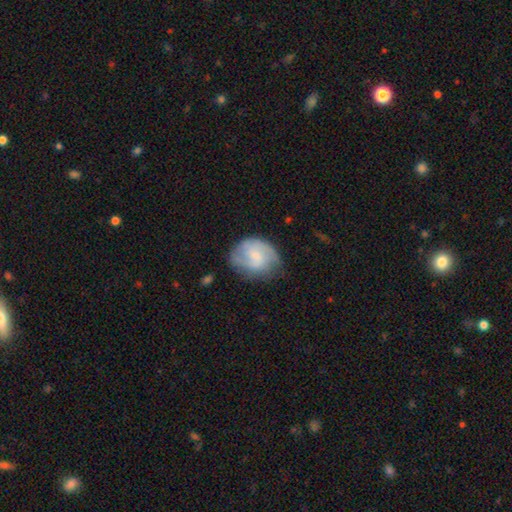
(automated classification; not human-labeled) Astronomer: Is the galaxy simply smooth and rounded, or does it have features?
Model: featured or disk — 57% (runner-up: smooth, 37%).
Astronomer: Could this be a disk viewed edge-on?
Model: no — 98%.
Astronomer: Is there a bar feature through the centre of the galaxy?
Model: no — 47% (runner-up: weak, 45%).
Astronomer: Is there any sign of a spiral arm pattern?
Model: yes — 86%.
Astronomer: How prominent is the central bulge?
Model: small — 52%.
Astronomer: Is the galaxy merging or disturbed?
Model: none — 59%.